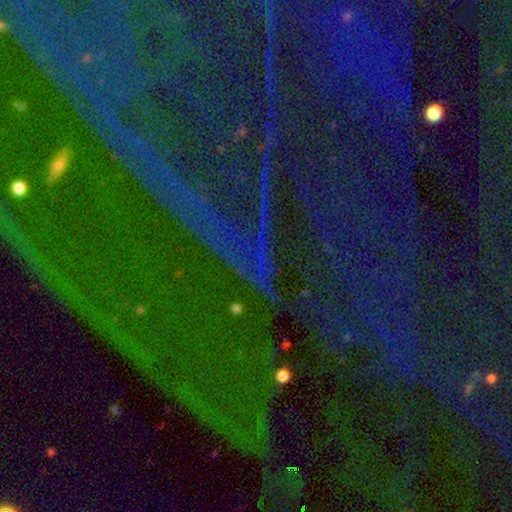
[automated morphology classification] smooth-or-featured: star or artifact: 83% | featured or disk: 9% | smooth: 8%